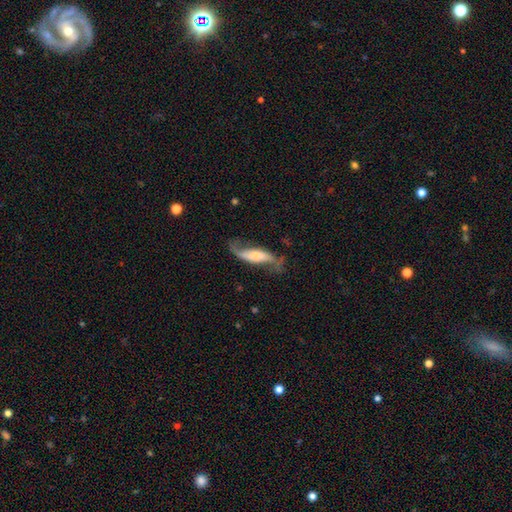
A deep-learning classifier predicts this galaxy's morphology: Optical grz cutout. It shows a featured or disk galaxy (71%) with no bar (45%), 2 (86%) loose (80%) spiral arms (91%) and a small central bulge (42%). Merging: none (59%).